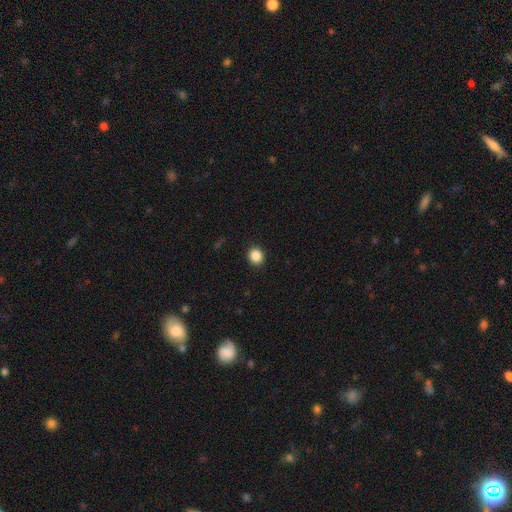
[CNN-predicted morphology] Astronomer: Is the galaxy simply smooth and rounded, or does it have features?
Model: smooth — 87%.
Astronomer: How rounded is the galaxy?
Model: round — 81%.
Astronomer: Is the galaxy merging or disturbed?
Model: none — 91%.